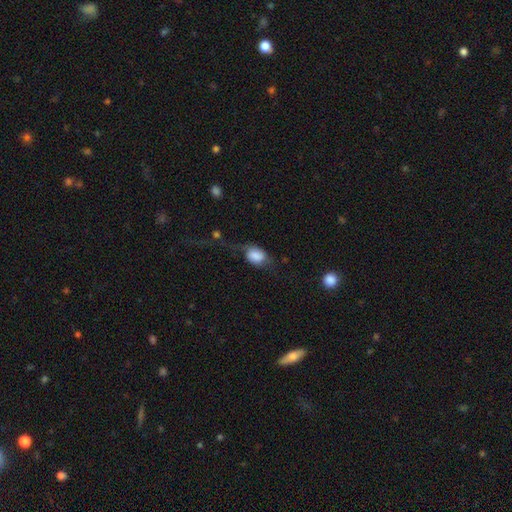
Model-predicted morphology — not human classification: smooth-or-featured: smooth: 75% | featured or disk: 17% | star or artifact: 8%
  how-rounded: in between: 76% | round: 22% | cigar-shaped: 2%
  merging: major disturbance: 44% | none: 26% | minor disturbance: 24% | merger: 6%